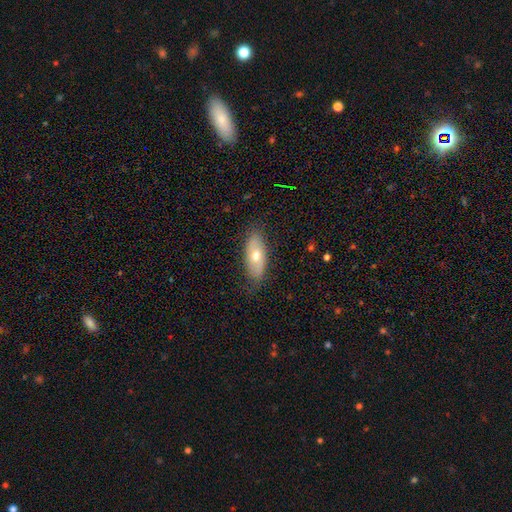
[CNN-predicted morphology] The model was most divided on "smooth or featured": smooth: 57%, featured or disk: 37%, star or artifact: 7%. More confident: merging — none (81%); how rounded — in between (79%).